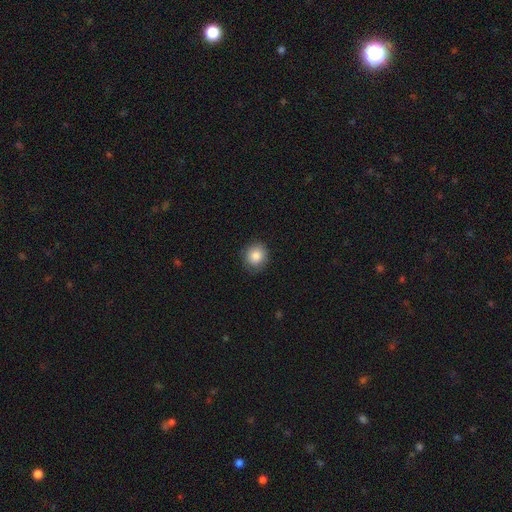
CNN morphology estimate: The model was most divided on "merging": none: 84%, minor disturbance: 12%, major disturbance: 3%, merger: 1%. More confident: how rounded — round (87%); smooth or featured — smooth (85%).